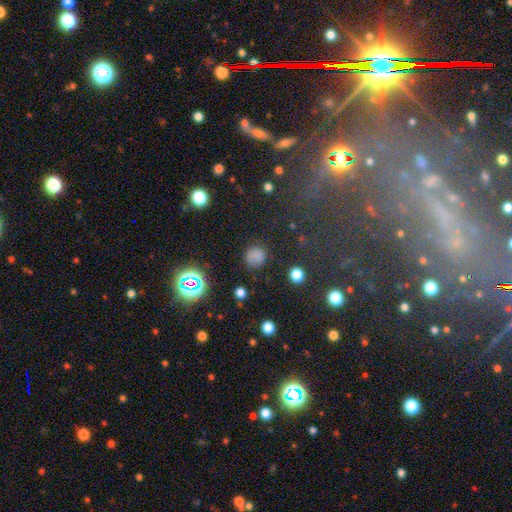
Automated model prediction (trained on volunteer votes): A smooth galaxy with no disk features (73%) that is round (84%).

Vote fractions:
- Smooth or featured? smooth: 73% / star or artifact: 20% / featured or disk: 7%
- How rounded? round: 84% / in between: 14% / cigar-shaped: 1%
- Merging? none: 78% / minor disturbance: 14% / major disturbance: 6% / merger: 2%